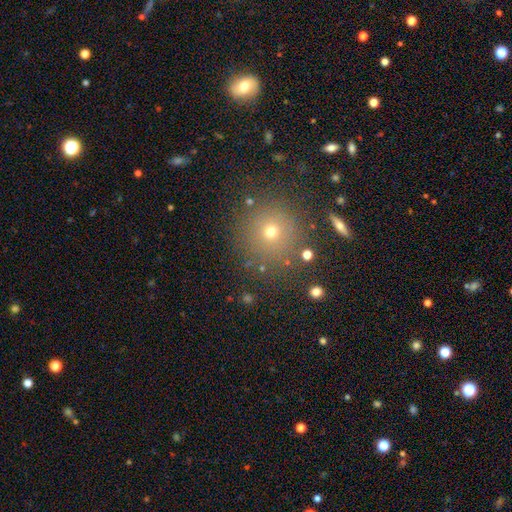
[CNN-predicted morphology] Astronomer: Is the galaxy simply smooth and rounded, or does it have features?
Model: smooth — 56% (runner-up: star or artifact, 34%).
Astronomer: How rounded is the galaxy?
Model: round — 94%.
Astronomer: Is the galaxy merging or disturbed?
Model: none — 86%.